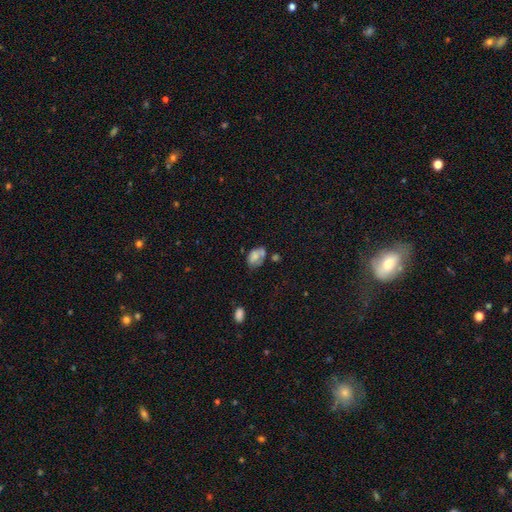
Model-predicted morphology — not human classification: Smooth or featured? smooth (67%)
How rounded? in between (81%)
Merging? none (36%)